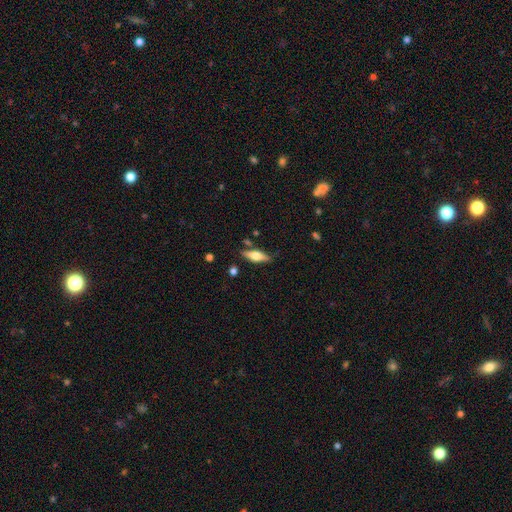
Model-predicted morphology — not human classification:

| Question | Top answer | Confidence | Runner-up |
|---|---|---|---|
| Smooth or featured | featured or disk | 49% | smooth (45%) |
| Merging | none | 80% | minor disturbance (13%) |